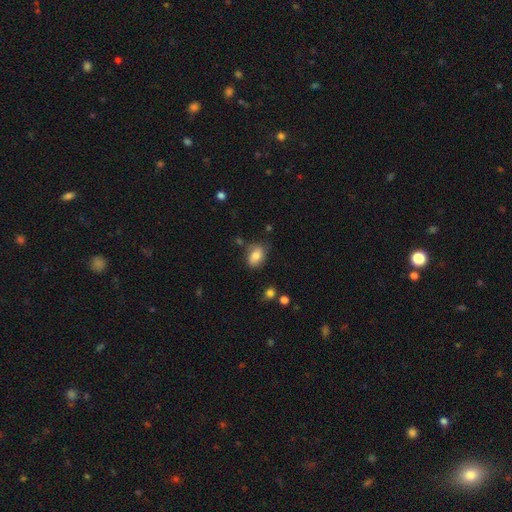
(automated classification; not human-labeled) Smooth or featured?
  - smooth: 79% *
  - featured or disk: 12%
  - star or artifact: 9%
How rounded?
  - in between: 80% *
  - round: 18%
  - cigar-shaped: 2%
Merging?
  - none: 69% *
  - minor disturbance: 21%
  - major disturbance: 5%
  - merger: 5%